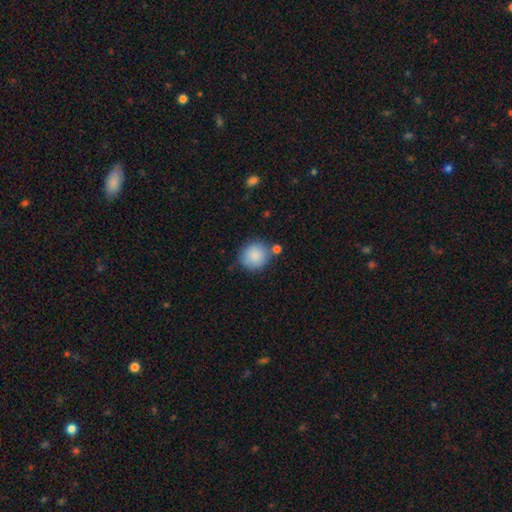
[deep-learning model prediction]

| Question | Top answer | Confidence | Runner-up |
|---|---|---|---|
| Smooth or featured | smooth | 88% | star or artifact (7%) |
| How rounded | round | 88% | in between (11%) |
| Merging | none | 72% | minor disturbance (13%) |